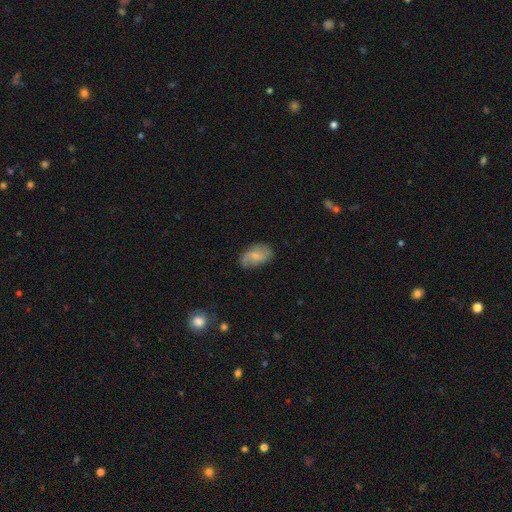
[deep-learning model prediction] Q: Smooth or featured?
A: smooth (51%); runner-up: featured or disk (41%)
Q: How rounded?
A: in between (90%); runner-up: round (8%)
Q: Merging?
A: none (62%); runner-up: minor disturbance (27%)